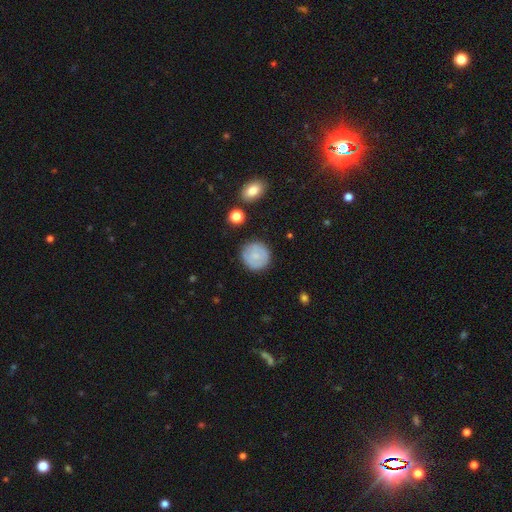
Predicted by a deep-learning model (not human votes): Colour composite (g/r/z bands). It shows a smooth galaxy with no disk features (68%) that is round (93%). Merging: none (86%).